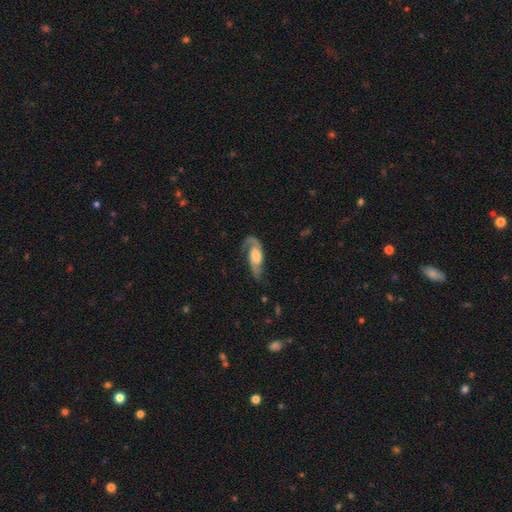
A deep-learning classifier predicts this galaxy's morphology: Smooth or featured? featured or disk (77%)
Edge-on disk? no (91%)
Bar? no (58%)
Spiral arms? yes (93%)
Spiral winding? medium (42%, tied with loose)
Spiral arm count? 2 (74%)
Bulge size? moderate (40%)
Merging? none (57%)